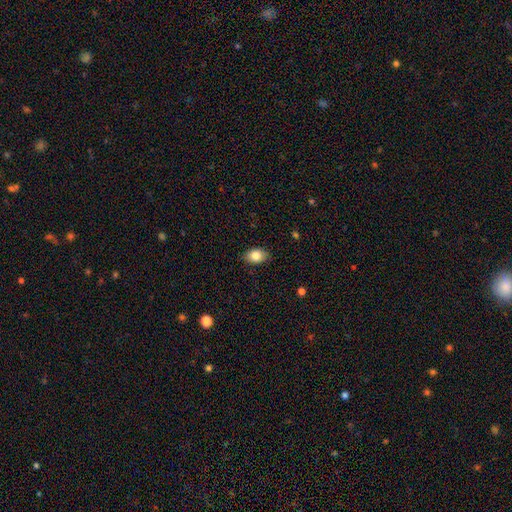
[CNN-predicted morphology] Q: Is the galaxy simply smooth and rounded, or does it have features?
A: smooth — 85%.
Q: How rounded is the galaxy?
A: in between — 82%.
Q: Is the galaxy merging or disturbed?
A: none — 84%.